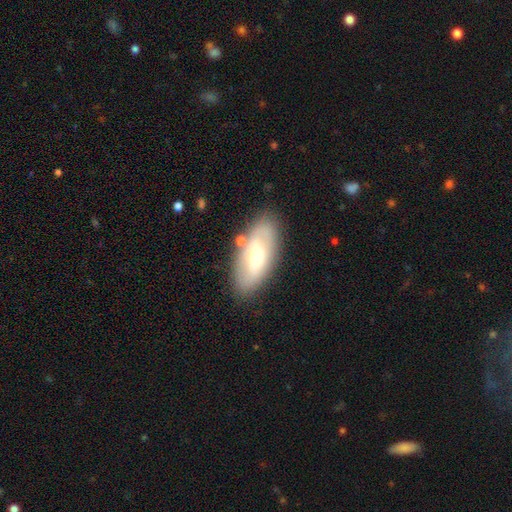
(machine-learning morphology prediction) Q: Smooth or featured?
A: smooth (48%); runner-up: featured or disk (45%)
Q: Merging?
A: none (80%); runner-up: minor disturbance (12%)